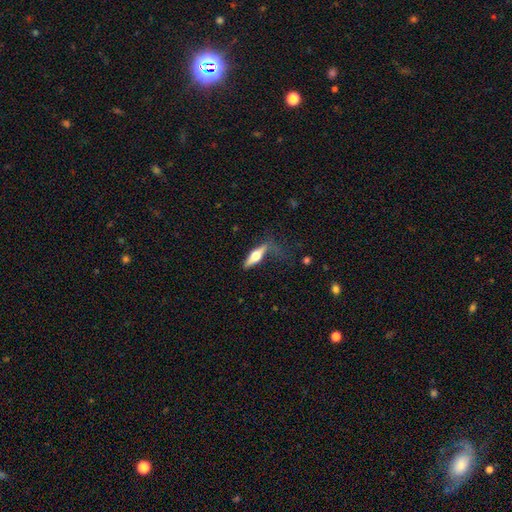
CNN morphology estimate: A featured or disk galaxy (50%).

Vote fractions:
- Smooth or featured? featured or disk: 50% / smooth: 45% / star or artifact: 6%
- Merging? none: 54% / minor disturbance: 26% / major disturbance: 17% / merger: 4%